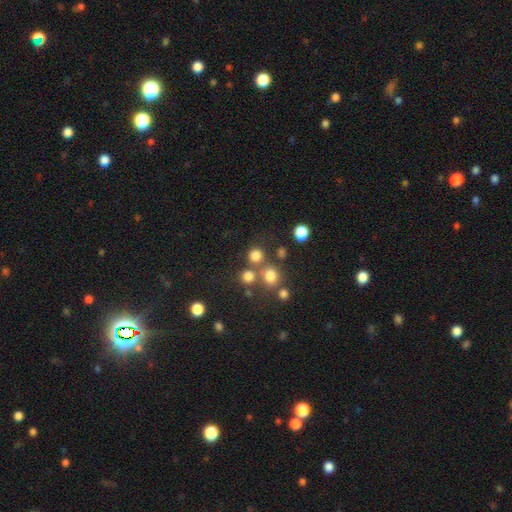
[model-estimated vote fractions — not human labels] Overall: smooth (76%). How rounded: round (88%). Merging: none (66%).